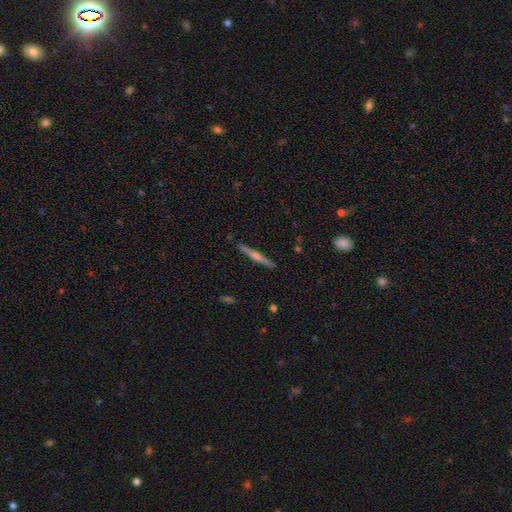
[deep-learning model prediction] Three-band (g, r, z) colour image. It shows a featured or disk galaxy (75%) viewed edge-on (98%) with a rounded central bulge (83%). Merging: none (91%).